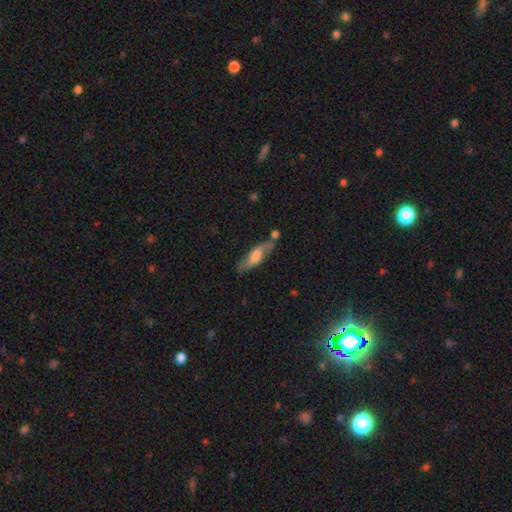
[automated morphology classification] This is possibly a featured or disk galaxy (52%). It is likely not viewed edge-on (65%). Merging: likely none (66%).